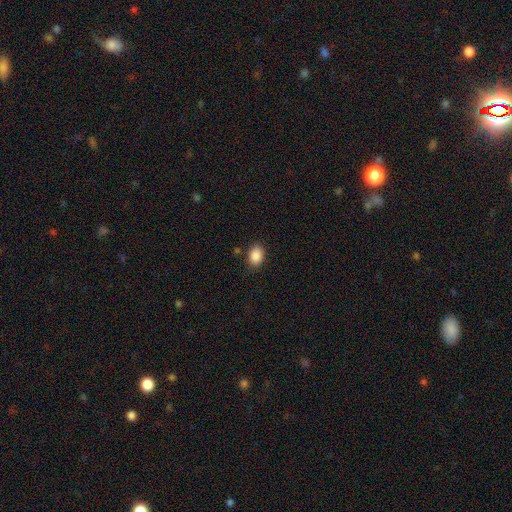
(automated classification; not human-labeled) This appears to be a smooth galaxy with no disk features (88%) that is in between round and cigar-shaped (76%). Merging: none (84%).